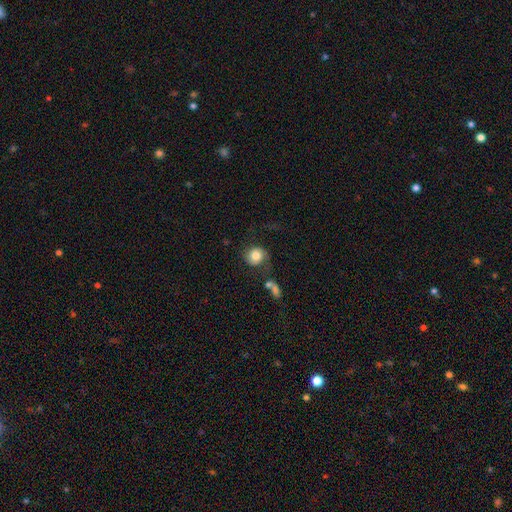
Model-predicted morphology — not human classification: smooth_or_featured: smooth (p=0.66) [alt: featured or disk p=0.26]
how_rounded: round (p=0.82) [alt: in between p=0.17]
merging: none (p=0.55) [alt: minor disturbance p=0.21]